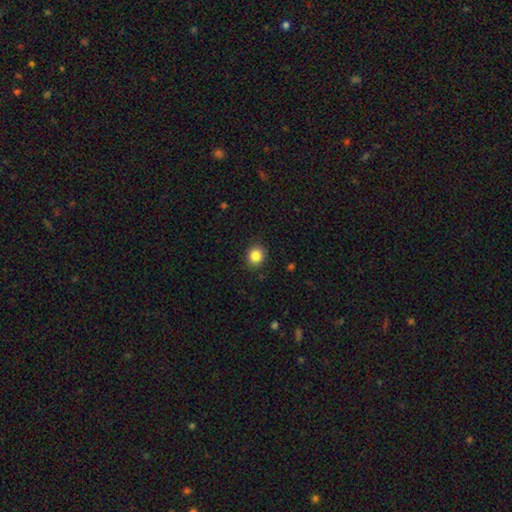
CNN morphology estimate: Smooth or featured: smooth — 86% (star or artifact — 10%)
How rounded: round — 80% (in between — 19%)
Merging: none — 89% (minor disturbance — 7%)